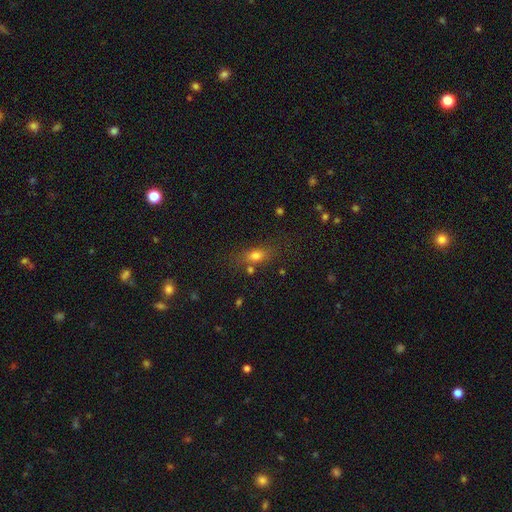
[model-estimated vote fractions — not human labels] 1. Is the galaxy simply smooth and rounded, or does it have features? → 74% smooth, 13% star or artifact, 12% featured or disk.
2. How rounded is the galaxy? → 68% in between, 21% round, 11% cigar-shaped.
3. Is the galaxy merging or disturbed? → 68% none, 17% minor disturbance, 9% merger, 7% major disturbance.